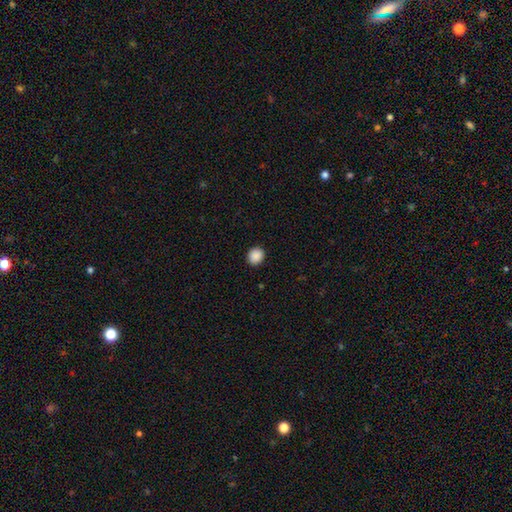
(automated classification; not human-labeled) Smooth or featured? smooth (89%)
How rounded? round (73%)
Merging? none (91%)